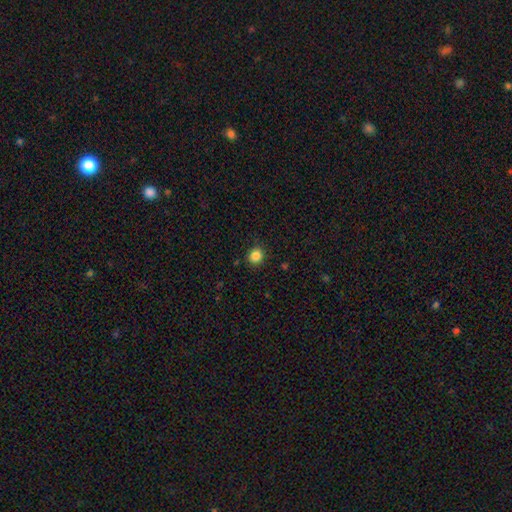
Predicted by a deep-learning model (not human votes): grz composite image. It shows a smooth galaxy with no disk features (85%) that is round (85%). Merging: none (89%).